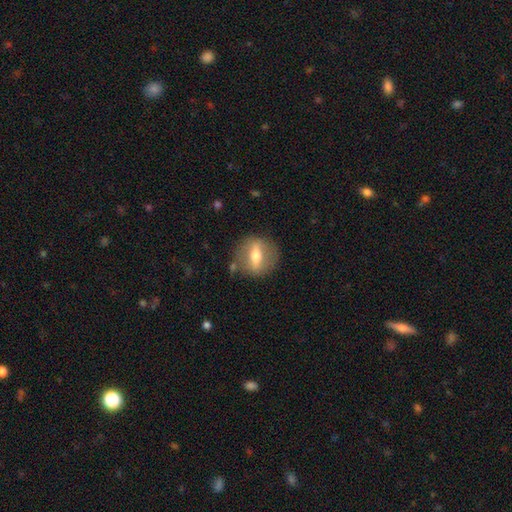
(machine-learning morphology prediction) Q: Smooth or featured?
A: featured or disk (54%); runner-up: smooth (39%)
Q: Edge-on disk?
A: no (63%); runner-up: yes (37%)
Q: Merging?
A: none (82%); runner-up: minor disturbance (11%)